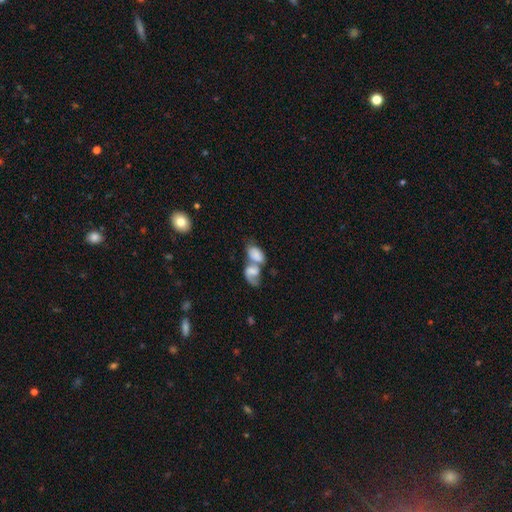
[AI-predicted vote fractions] Q: Smooth or featured?
A: smooth (69%); runner-up: featured or disk (22%)
Q: How rounded?
A: in between (89%); runner-up: round (9%)
Q: Merging?
A: merger (74%); runner-up: none (12%)